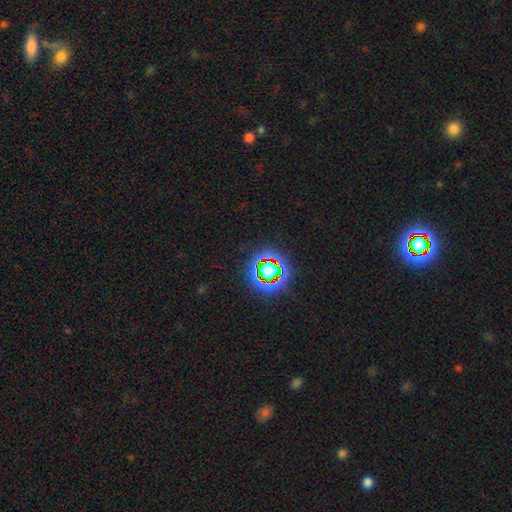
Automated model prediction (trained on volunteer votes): The model was most divided on "smooth or featured": star or artifact: 78%, smooth: 15%, featured or disk: 7%.